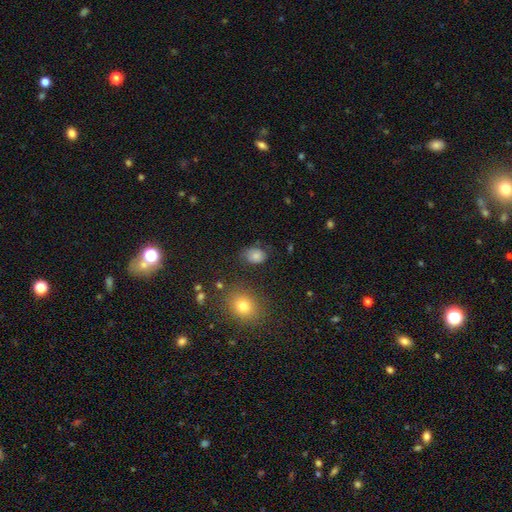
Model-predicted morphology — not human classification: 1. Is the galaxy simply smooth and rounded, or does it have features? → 78% smooth, 13% star or artifact, 9% featured or disk.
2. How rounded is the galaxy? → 65% in between, 34% round, 1% cigar-shaped.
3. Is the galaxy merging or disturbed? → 73% none, 19% minor disturbance, 6% major disturbance, 3% merger.